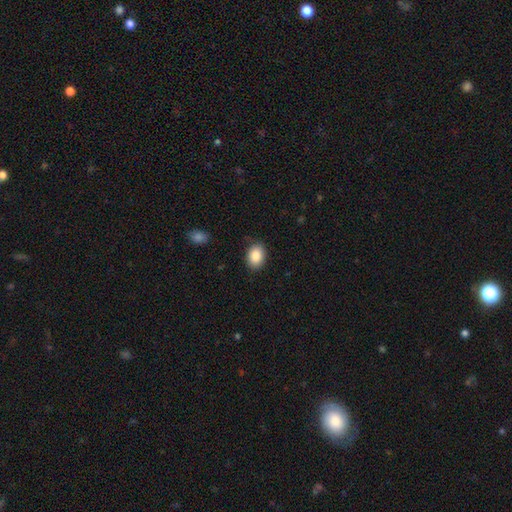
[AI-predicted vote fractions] A smooth galaxy with no disk features (88%) that is in between round and cigar-shaped (77%). Merging: none (85%).